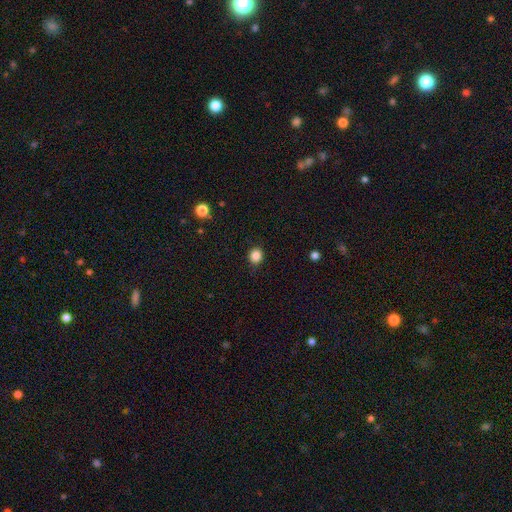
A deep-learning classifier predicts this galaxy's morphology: Smooth or featured: smooth — 86% (star or artifact — 11%)
How rounded: round — 81% (in between — 18%)
Merging: none — 87% (minor disturbance — 10%)